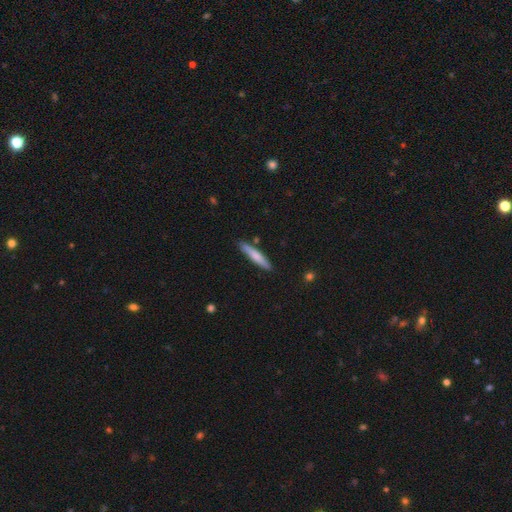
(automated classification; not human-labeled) This appears to be a smooth galaxy with no disk features (70%) that is cigar-shaped (91%). Merging: none (86%).